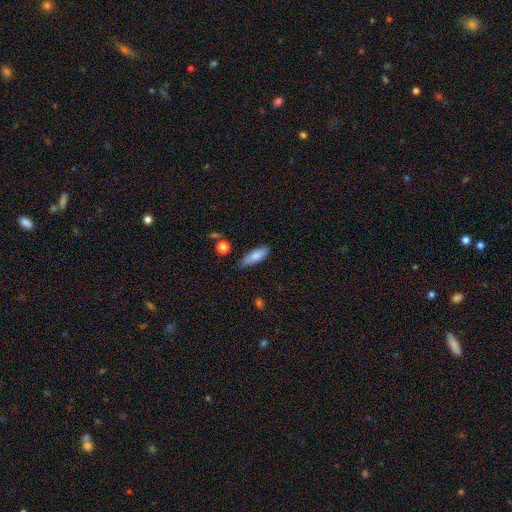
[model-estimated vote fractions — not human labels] Smooth or featured? Predicted: smooth (p=0.82). How rounded? Predicted: in between (p=0.56). Merging? Predicted: none (p=0.73).